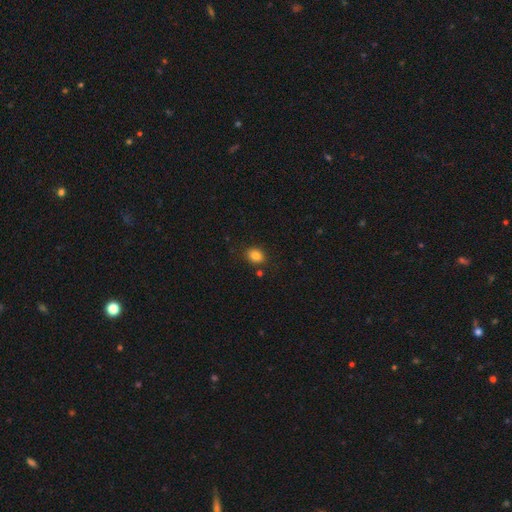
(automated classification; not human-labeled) Smooth or featured? smooth (84%)
How rounded? in between (51%)
Merging? none (84%)